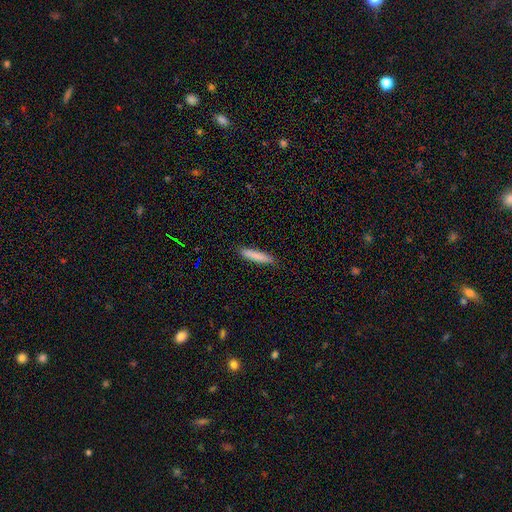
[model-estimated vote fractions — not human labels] Morphology: type=smooth (84%); roundness=cigar-shaped (88%); merging=none (88%).